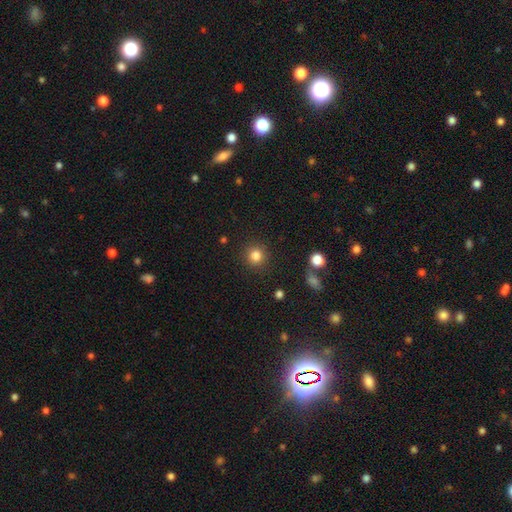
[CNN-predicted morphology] A smooth galaxy with no disk features (83%) that is round (93%). Merging: none (90%).